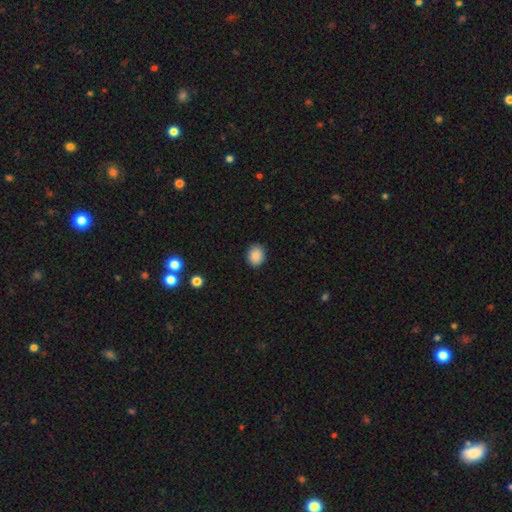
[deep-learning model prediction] Q: Smooth or featured?
A: smooth (88%); runner-up: star or artifact (9%)
Q: How rounded?
A: round (63%); runner-up: in between (37%)
Q: Merging?
A: none (88%); runner-up: minor disturbance (8%)